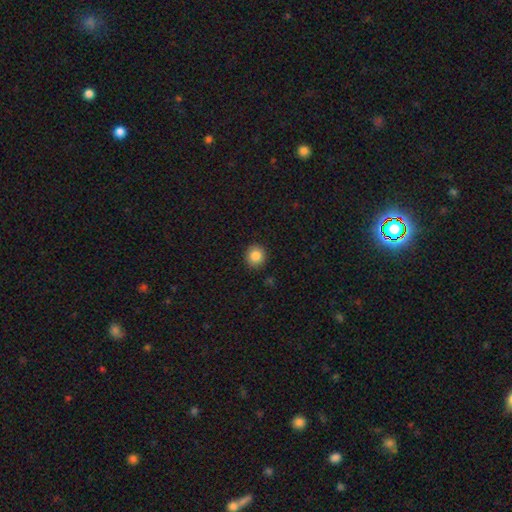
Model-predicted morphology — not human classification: type=smooth (86%); roundness=round (90%); merging=none (91%).